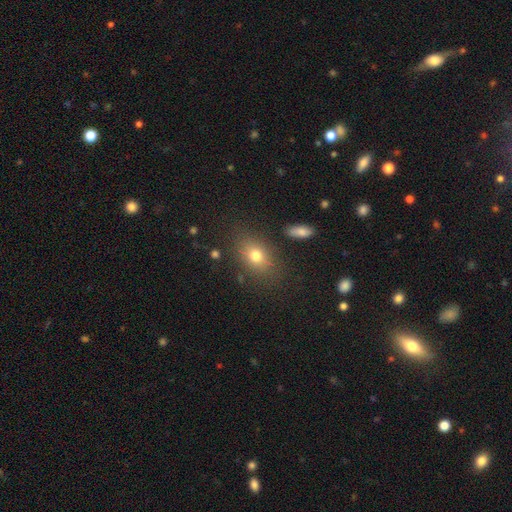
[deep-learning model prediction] A smooth galaxy with no disk features (75%) that is in between round and cigar-shaped (70%). Merging: none (80%).